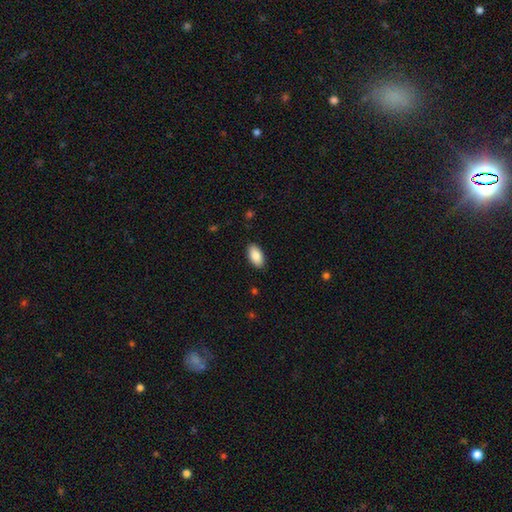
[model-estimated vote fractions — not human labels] Smooth or featured? Predicted: smooth (p=0.87). How rounded? Predicted: in between (p=0.94). Merging? Predicted: none (p=0.89).